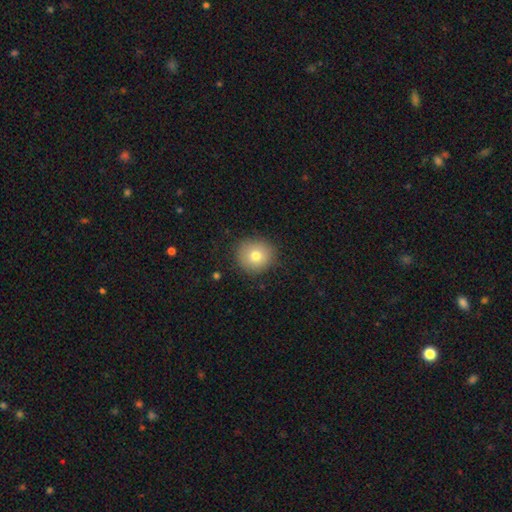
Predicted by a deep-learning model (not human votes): A smooth galaxy with no disk features (76%) that is round (90%). Merging: none (87%).